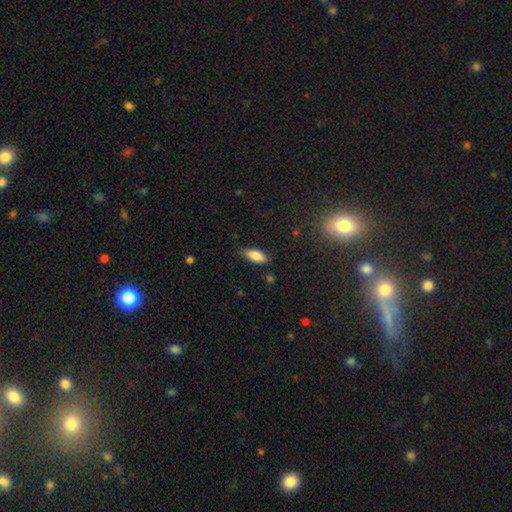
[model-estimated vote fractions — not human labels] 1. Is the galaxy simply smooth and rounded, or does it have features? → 83% smooth, 10% featured or disk, 7% star or artifact.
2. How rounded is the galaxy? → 78% in between, 20% cigar-shaped, 2% round.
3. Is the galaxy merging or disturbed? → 78% none, 18% minor disturbance, 3% major disturbance, 2% merger.